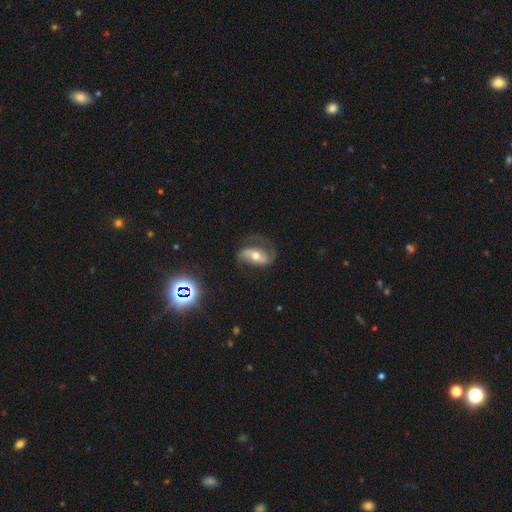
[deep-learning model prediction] Morphology: type=featured or disk (77%); edge-on=no (95%); bar=strong (37%); spiral arms=yes (91%); winding=loose (44%); arm count=2 (84%); bulge=moderate (69%); merging=none (60%).